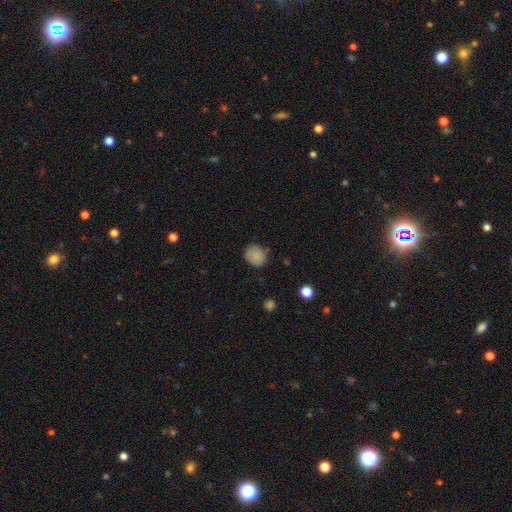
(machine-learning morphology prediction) Smooth or featured: smooth — 83% (star or artifact — 10%)
How rounded: round — 82% (in between — 17%)
Merging: none — 74% (minor disturbance — 20%)